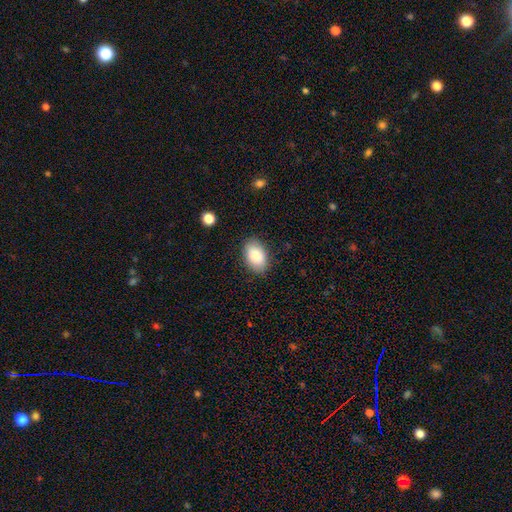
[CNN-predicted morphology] Smooth or featured?
  - smooth: 83% *
  - featured or disk: 10%
  - star or artifact: 7%
How rounded?
  - in between: 92% *
  - round: 7%
  - cigar-shaped: 1%
Merging?
  - none: 86% *
  - minor disturbance: 10%
  - major disturbance: 2%
  - merger: 1%